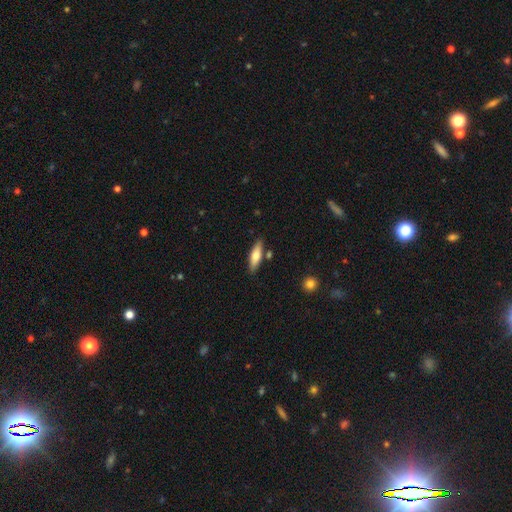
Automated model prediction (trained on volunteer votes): This appears to be a smooth galaxy with no disk features (63%) that is cigar-shaped (56%). Merging: none (81%).